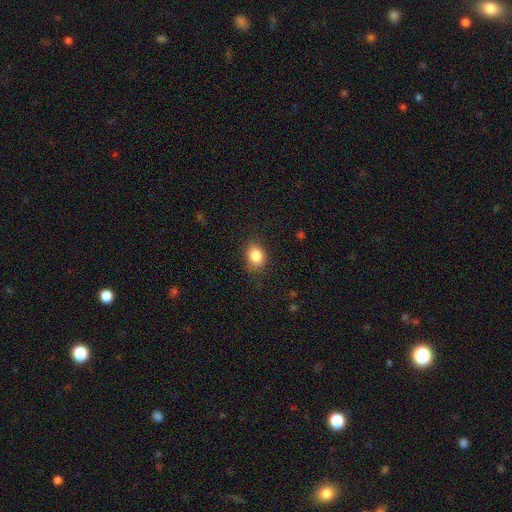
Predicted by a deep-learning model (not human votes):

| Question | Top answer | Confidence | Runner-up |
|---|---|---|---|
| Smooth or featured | smooth | 86% | star or artifact (9%) |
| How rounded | in between | 54% | round (45%) |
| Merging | none | 80% | minor disturbance (14%) |